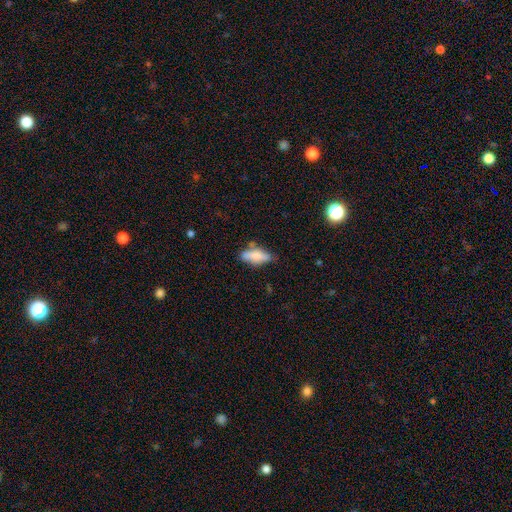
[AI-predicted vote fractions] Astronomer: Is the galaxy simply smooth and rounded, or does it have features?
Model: smooth — 70%.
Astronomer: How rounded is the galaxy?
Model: in between — 66%.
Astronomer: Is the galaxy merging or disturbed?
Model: none — 57%.